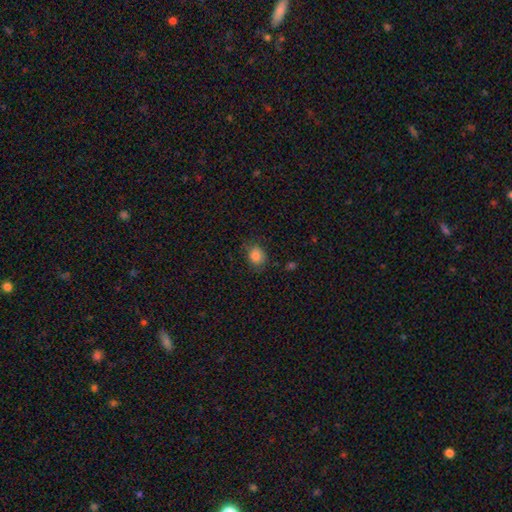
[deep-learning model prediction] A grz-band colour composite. It shows a smooth galaxy with no disk features (84%) that is round (62%). Merging: none (76%).